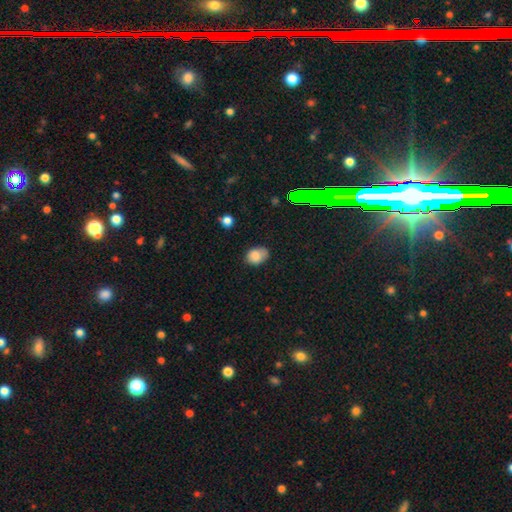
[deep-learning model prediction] The model was most divided on "how rounded": in between: 66%, round: 33%, cigar-shaped: 1%. More confident: smooth or featured — smooth (83%); merging — none (64%).